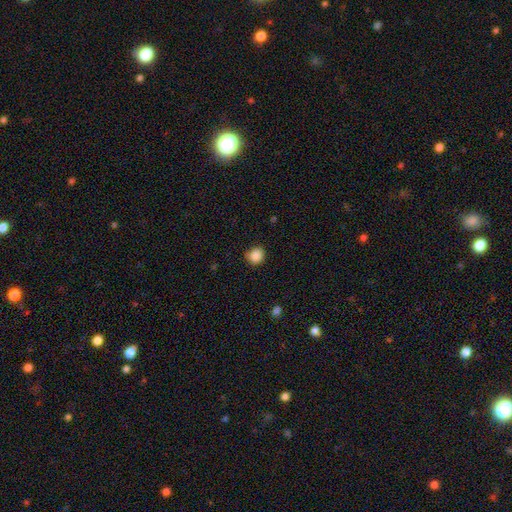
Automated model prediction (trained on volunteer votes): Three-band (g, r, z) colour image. It shows a smooth galaxy with no disk features (87%) that is round (83%). Merging: none (80%).